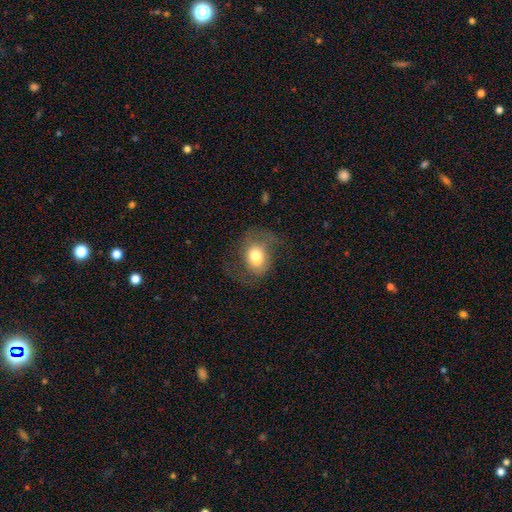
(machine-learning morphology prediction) Smooth or featured?
  - smooth: 62% *
  - featured or disk: 30%
  - star or artifact: 9%
How rounded?
  - in between: 60% *
  - round: 39%
  - cigar-shaped: 1%
Merging?
  - none: 46% *
  - major disturbance: 28%
  - minor disturbance: 24%
  - merger: 2%